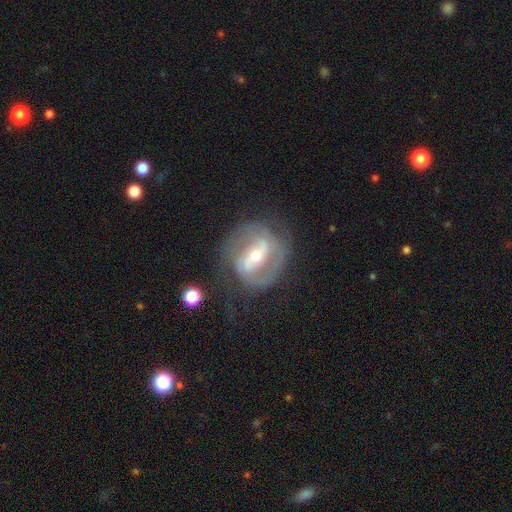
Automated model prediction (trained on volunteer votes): A featured or disk galaxy (84%) with a strong bar (56%), 2 (78%) medium (44%) spiral arms (86%) and a small central bulge (50%).

Vote fractions:
- Smooth or featured? featured or disk: 84% / smooth: 10% / star or artifact: 6%
- Edge-on disk? no: 96% / yes: 4%
- Bar? strong: 56% / weak: 31% / no: 13%
- Spiral arms? yes: 86% / no: 14%
- Spiral winding? medium: 44% / tight: 40% / loose: 16%
- Spiral arm count? 2: 78% / can't tell: 12% / 3: 4% / 1: 4% / 4: 1% / more than 4: 1%
- Bulge size? small: 50% / moderate: 46% / large: 2% / none: 1% / dominant: 1%
- Merging? none: 68% / minor disturbance: 17% / major disturbance: 13% / merger: 2%